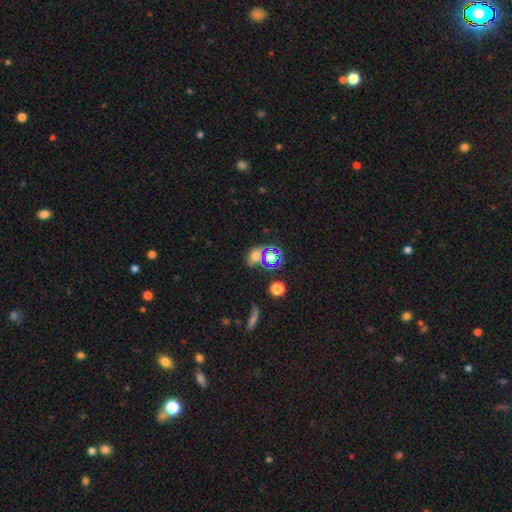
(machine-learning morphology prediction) type=smooth (56%); roundness=in between (55%); merging=none (65%).